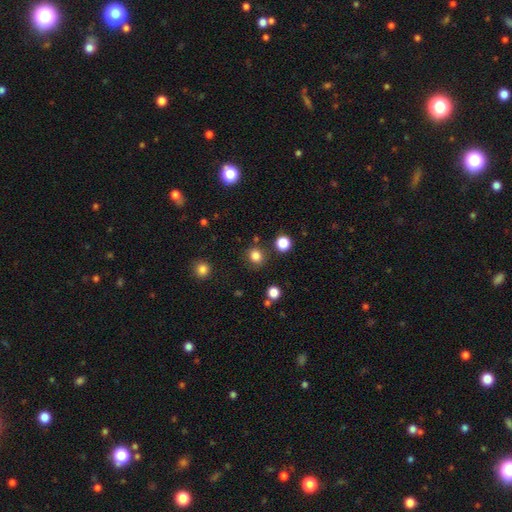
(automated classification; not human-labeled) Smooth or featured? Predicted: smooth (p=0.82). How rounded? Predicted: round (p=0.77). Merging? Predicted: none (p=0.83).